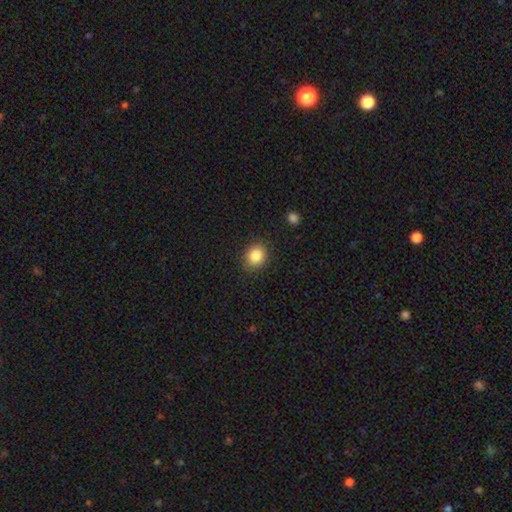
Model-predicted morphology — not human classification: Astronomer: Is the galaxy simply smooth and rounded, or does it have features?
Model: smooth — 85%.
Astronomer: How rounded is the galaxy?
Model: round — 67%.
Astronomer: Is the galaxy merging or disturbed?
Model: none — 87%.